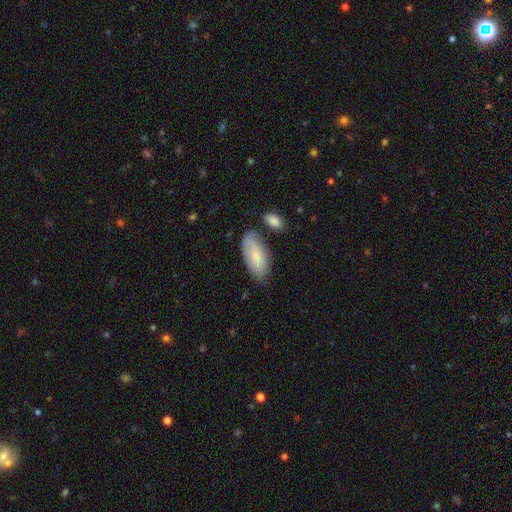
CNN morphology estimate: This appears to be a smooth galaxy with no disk features (73%) that is in between round and cigar-shaped (89%). Merging: none (67%).